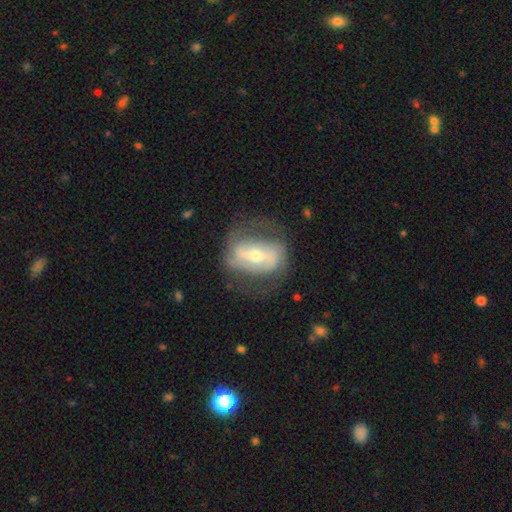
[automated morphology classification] A featured or disk galaxy (76%) with a strong bar (48%), 2 (73%) medium (42%) spiral arms (76%) and a moderate central bulge (58%).

Vote fractions:
- Smooth or featured? featured or disk: 76% / smooth: 18% / star or artifact: 6%
- Edge-on disk? no: 94% / yes: 6%
- Bar? strong: 48% / weak: 32% / no: 19%
- Spiral arms? yes: 76% / no: 24%
- Spiral winding? medium: 42% / tight: 29% / loose: 29%
- Spiral arm count? 2: 73% / can't tell: 17% / 1: 4% / 3: 3% / 4: 1% / more than 4: 1%
- Bulge size? moderate: 58% / small: 36% / large: 4% / none: 1% / dominant: 1%
- Merging? none: 61% / minor disturbance: 21% / major disturbance: 16% / merger: 2%